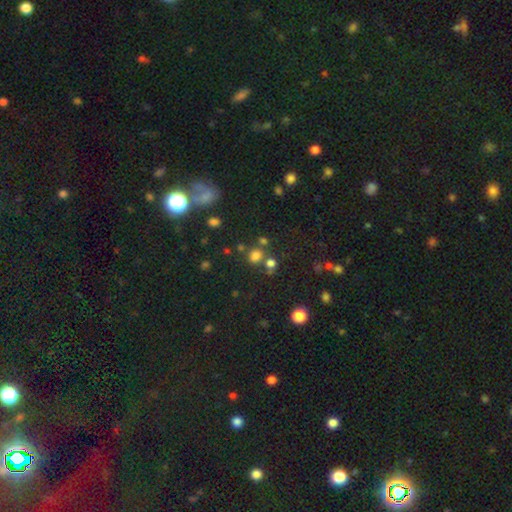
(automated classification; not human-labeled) Smooth or featured: smooth — 69% (star or artifact — 24%)
How rounded: round — 71% (in between — 27%)
Merging: none — 65% (merger — 19%)